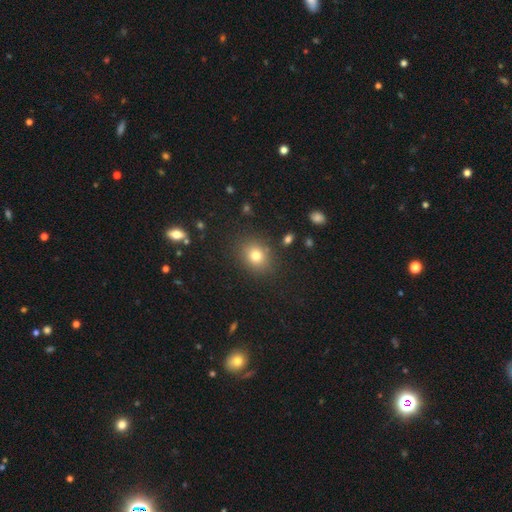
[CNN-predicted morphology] smooth_or_featured: smooth (p=0.77) [alt: star or artifact p=0.14]
how_rounded: round (p=0.60) [alt: in between p=0.39]
merging: none (p=0.85) [alt: minor disturbance p=0.10]